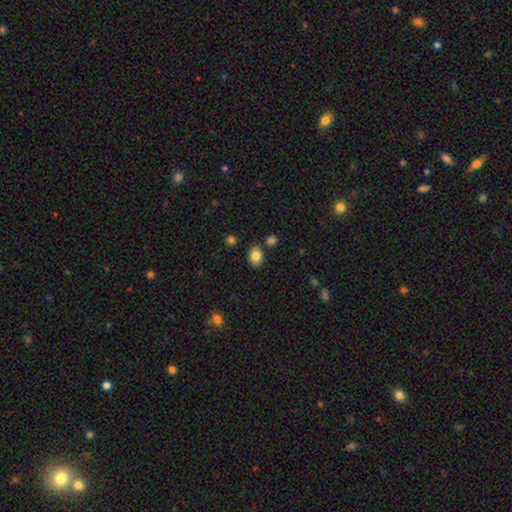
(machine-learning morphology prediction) The model was most divided on "how rounded": in between: 59%, round: 40%, cigar-shaped: 1%. More confident: smooth or featured — smooth (84%); merging — none (81%).